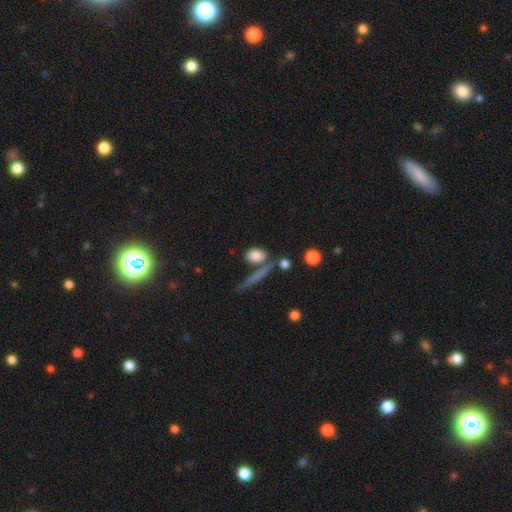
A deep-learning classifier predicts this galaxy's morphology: This is clearly a smooth galaxy (82%). How rounded: likely in between (70%). Merging: likely none (62%).